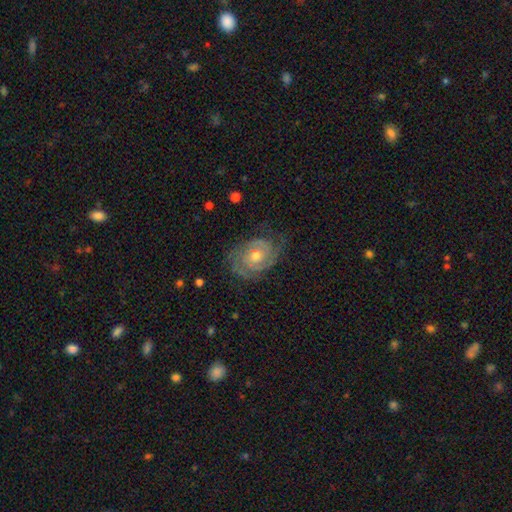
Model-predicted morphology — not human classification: smooth_or_featured: featured or disk (p=0.84) [alt: smooth p=0.10]
disk_edge_on: no (p=0.97) [alt: yes p=0.03]
bar: no (p=0.74) [alt: weak p=0.22]
has_spiral_arms: yes (p=0.95) [alt: no p=0.05]
spiral_winding: tight (p=0.67) [alt: medium p=0.27]
spiral_arm_count: 2 (p=0.40) [alt: can't tell p=0.23]
bulge_size: moderate (p=0.61) [alt: small p=0.34]
merging: none (p=0.72) [alt: minor disturbance p=0.19]